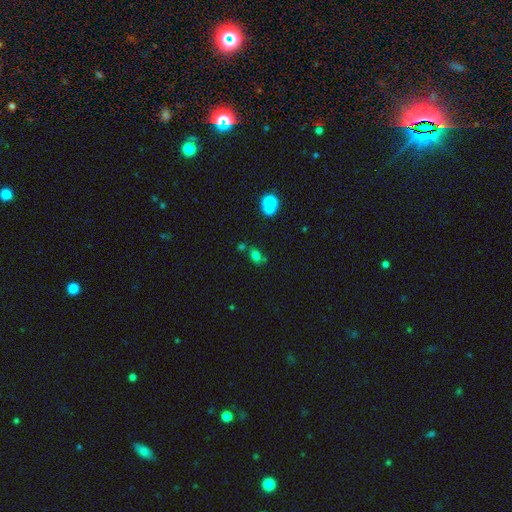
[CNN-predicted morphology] A smooth galaxy with no disk features (74%) that is in between round and cigar-shaped (69%).

Vote fractions:
- Smooth or featured? smooth: 74% / star or artifact: 16% / featured or disk: 10%
- How rounded? in between: 69% / round: 29% / cigar-shaped: 2%
- Merging? none: 63% / merger: 19% / minor disturbance: 13% / major disturbance: 4%